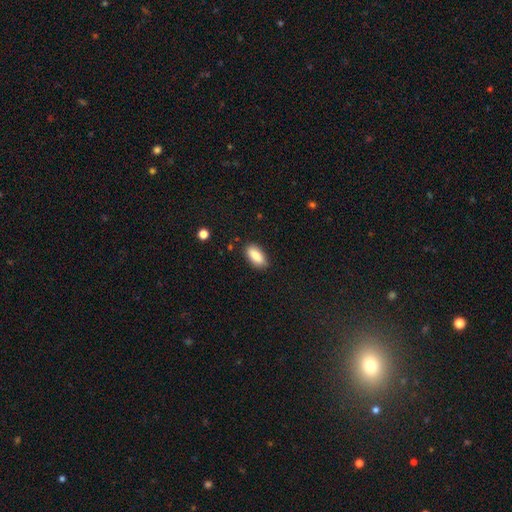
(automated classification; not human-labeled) smooth-or-featured: smooth: 86% | featured or disk: 7% | star or artifact: 7%
  how-rounded: in between: 89% | cigar-shaped: 9% | round: 3%
  merging: none: 85% | minor disturbance: 11% | major disturbance: 2% | merger: 1%